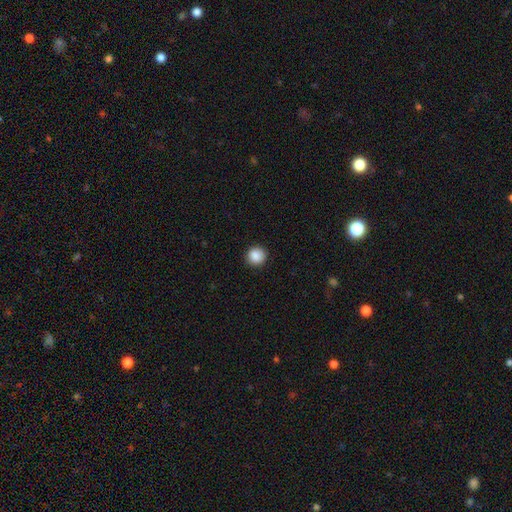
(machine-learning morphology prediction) Smooth or featured? smooth (88%)
How rounded? round (93%)
Merging? none (91%)